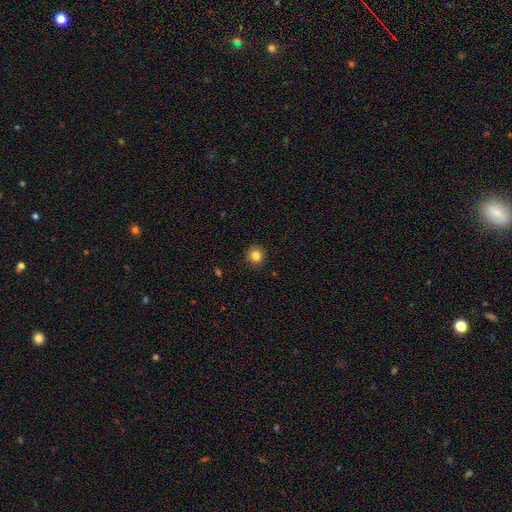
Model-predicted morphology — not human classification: Smooth or featured?
  - smooth: 84% *
  - star or artifact: 11%
  - featured or disk: 5%
How rounded?
  - round: 87% *
  - in between: 12%
  - cigar-shaped: 1%
Merging?
  - none: 90% *
  - minor disturbance: 7%
  - major disturbance: 2%
  - merger: 1%